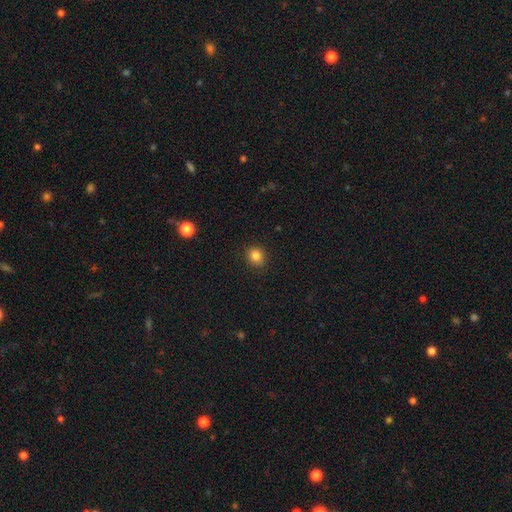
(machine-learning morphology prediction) Q: Smooth or featured?
A: smooth (84%); runner-up: star or artifact (11%)
Q: How rounded?
A: round (74%); runner-up: in between (25%)
Q: Merging?
A: none (89%); runner-up: minor disturbance (8%)